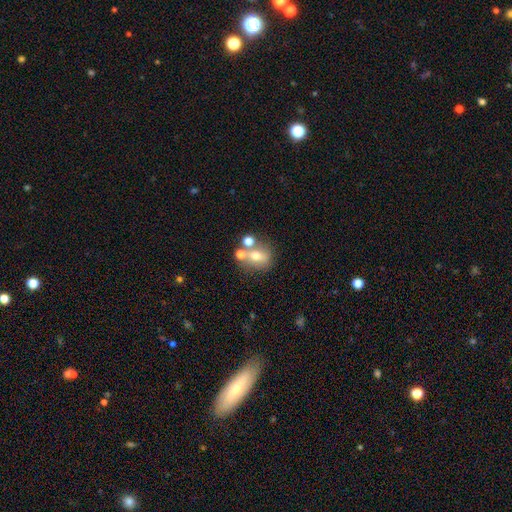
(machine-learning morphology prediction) smooth-or-featured: smooth: 60% | featured or disk: 25% | star or artifact: 14%
  how-rounded: round: 58% | in between: 40% | cigar-shaped: 2%
  merging: none: 52% | merger: 29% | minor disturbance: 12% | major disturbance: 6%